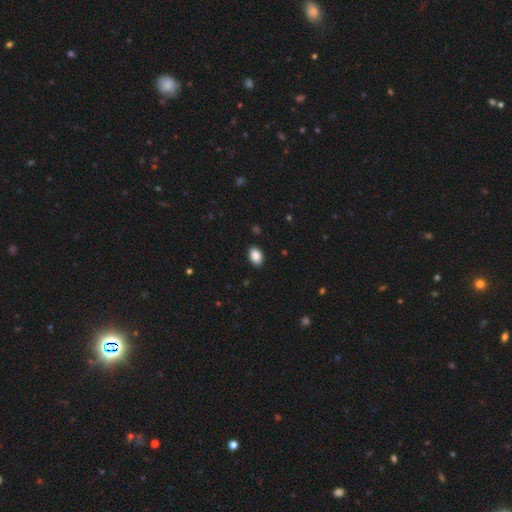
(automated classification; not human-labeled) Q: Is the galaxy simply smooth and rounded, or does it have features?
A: smooth — 88%.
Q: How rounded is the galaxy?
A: in between — 87%.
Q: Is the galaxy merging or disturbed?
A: none — 89%.